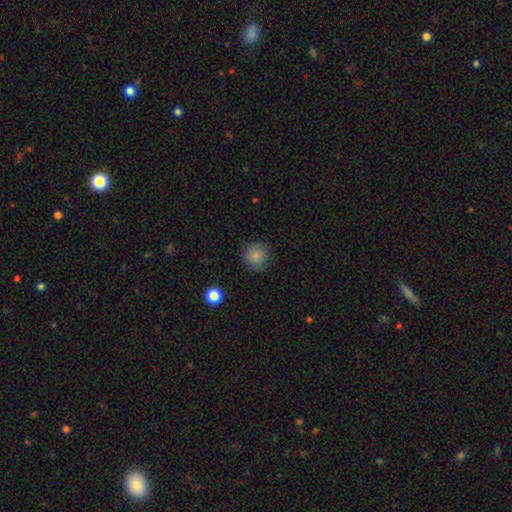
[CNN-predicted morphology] smooth 83%, star or artifact 10%, featured or disk 7%. Down the decision tree: how rounded — round (91%); merging — none (79%).